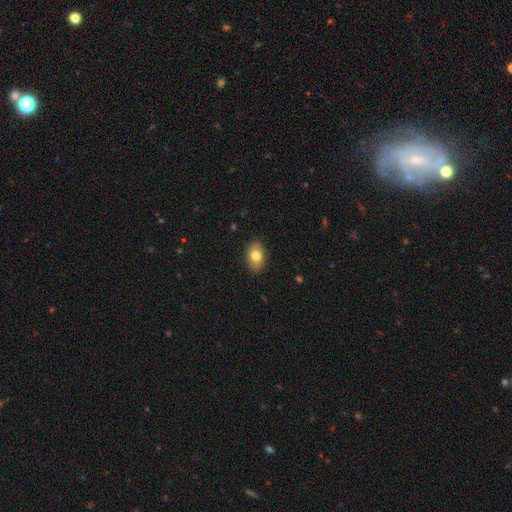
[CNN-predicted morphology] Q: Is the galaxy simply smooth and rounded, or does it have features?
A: smooth — 79%.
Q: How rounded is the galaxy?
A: in between — 86%.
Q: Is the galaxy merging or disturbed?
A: none — 87%.